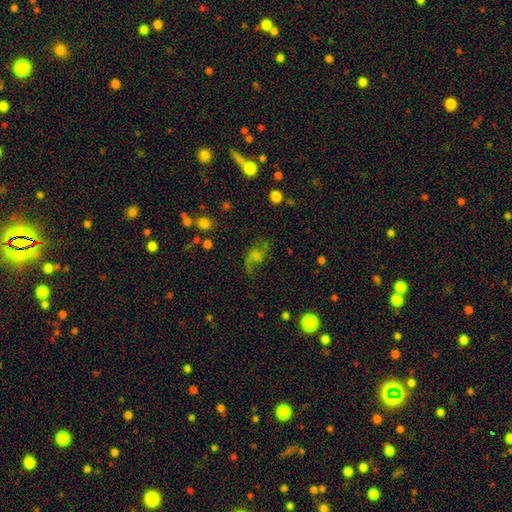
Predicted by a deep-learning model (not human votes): Smooth or featured? featured or disk (52%)
Edge-on disk? no (97%)
Merging? none (47%)